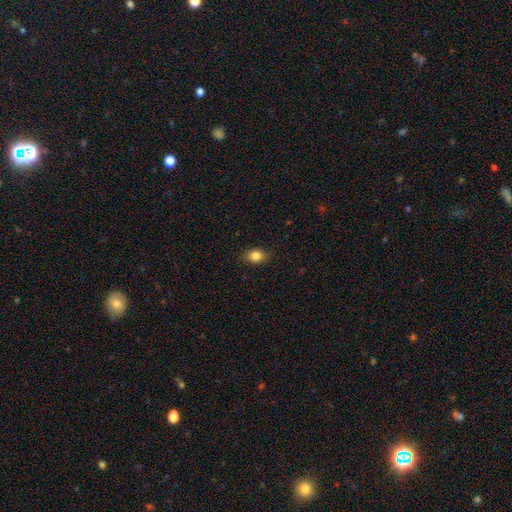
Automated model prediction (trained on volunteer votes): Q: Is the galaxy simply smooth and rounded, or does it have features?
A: smooth — 84%.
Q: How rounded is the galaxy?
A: in between — 62%.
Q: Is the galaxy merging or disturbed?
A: none — 86%.